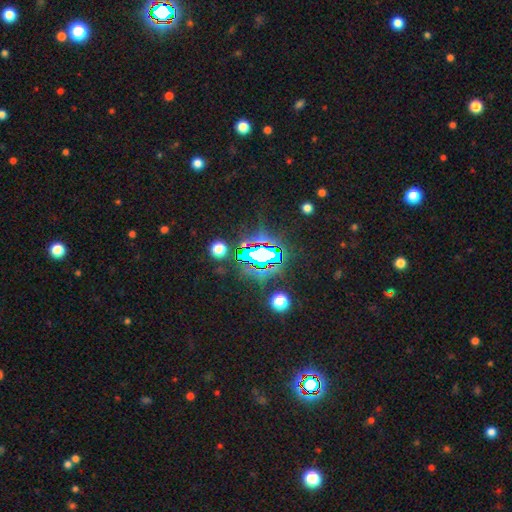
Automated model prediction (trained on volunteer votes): smooth_or_featured: star or artifact (p=0.75) [alt: smooth p=0.14]